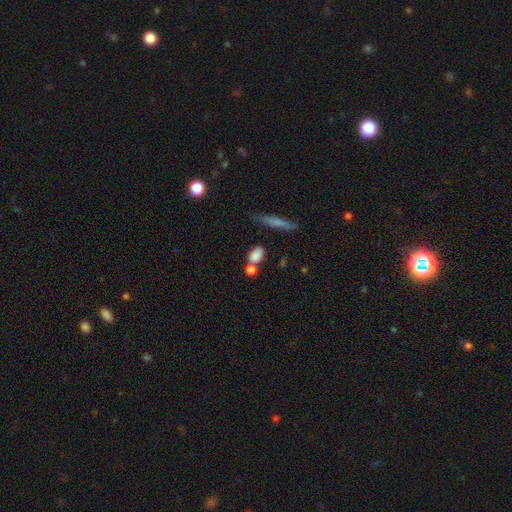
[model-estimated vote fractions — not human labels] Morphology: type=smooth (81%); roundness=in between (72%); merging=none (54%).